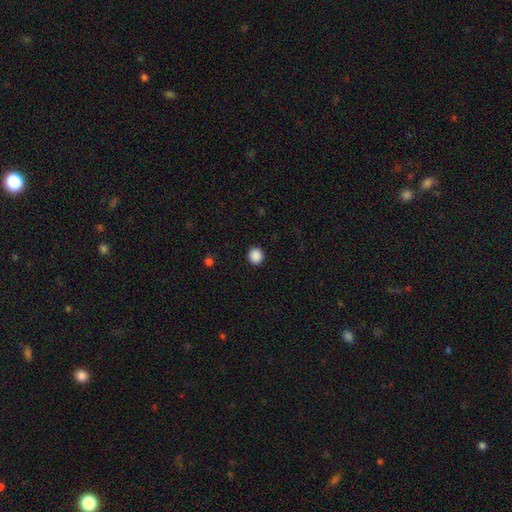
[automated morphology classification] Overall: smooth (89%). How rounded: round (91%). Merging: none (92%).